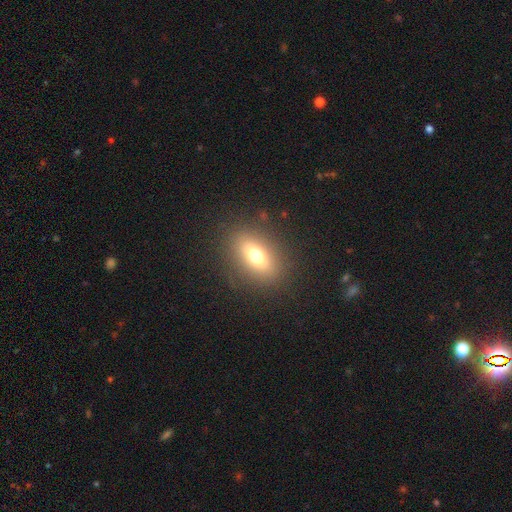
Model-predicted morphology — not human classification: This is likely a smooth galaxy (65%). How rounded: likely in between (73%). Merging: clearly none (86%).